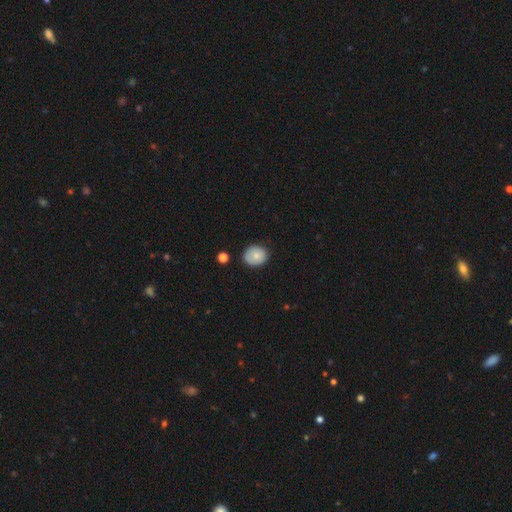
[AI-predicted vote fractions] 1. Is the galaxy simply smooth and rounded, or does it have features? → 79% smooth, 13% featured or disk, 8% star or artifact.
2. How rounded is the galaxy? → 64% round, 35% in between, 1% cigar-shaped.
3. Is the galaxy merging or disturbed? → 78% none, 17% minor disturbance, 3% major disturbance, 2% merger.